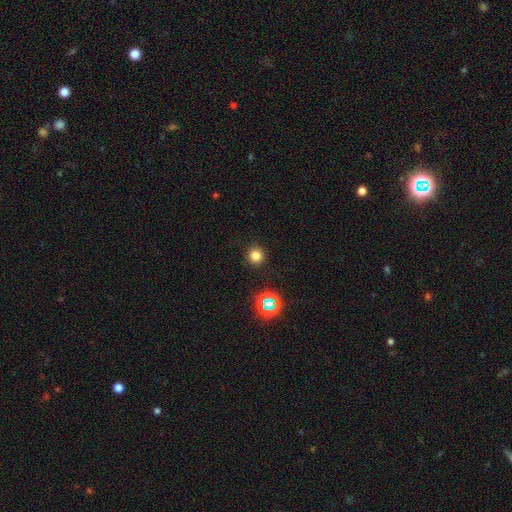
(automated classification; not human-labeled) smooth_or_featured: smooth (p=0.77) [alt: star or artifact p=0.18]
how_rounded: round (p=0.94) [alt: in between p=0.05]
merging: none (p=0.91) [alt: minor disturbance p=0.05]